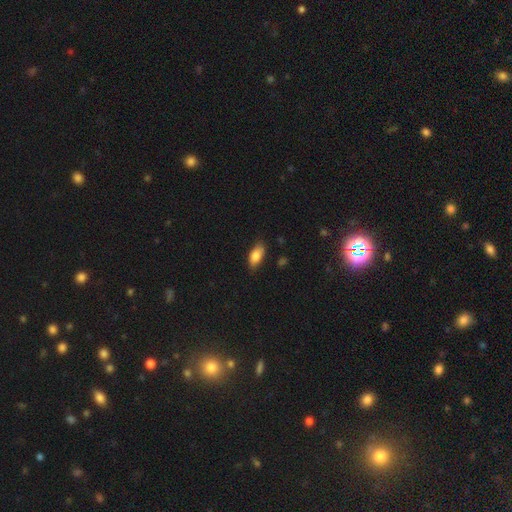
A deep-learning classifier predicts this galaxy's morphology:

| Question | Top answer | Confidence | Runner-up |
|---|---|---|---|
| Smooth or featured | smooth | 83% | featured or disk (10%) |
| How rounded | in between | 87% | cigar-shaped (10%) |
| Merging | none | 80% | minor disturbance (16%) |